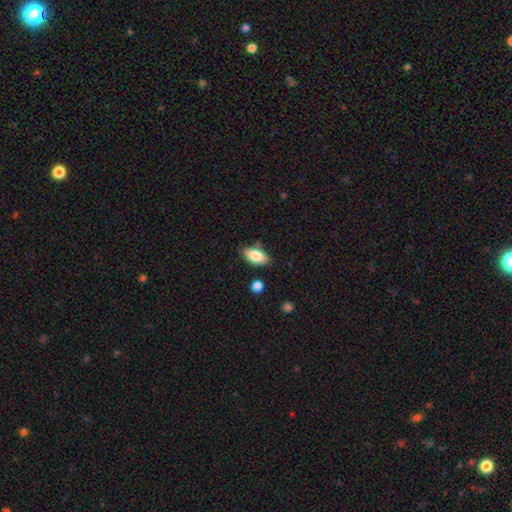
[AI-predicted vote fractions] A smooth galaxy with no disk features (83%) that is in between round and cigar-shaped (91%). Merging: none (79%).